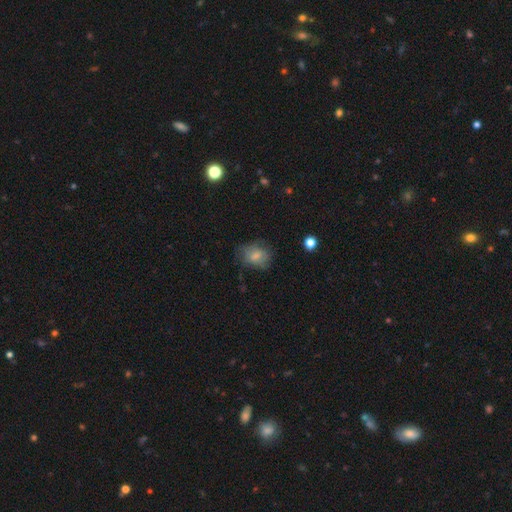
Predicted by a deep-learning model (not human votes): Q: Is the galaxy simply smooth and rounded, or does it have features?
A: smooth — 74%.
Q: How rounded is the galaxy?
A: in between — 63%.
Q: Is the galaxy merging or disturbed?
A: none — 60%.